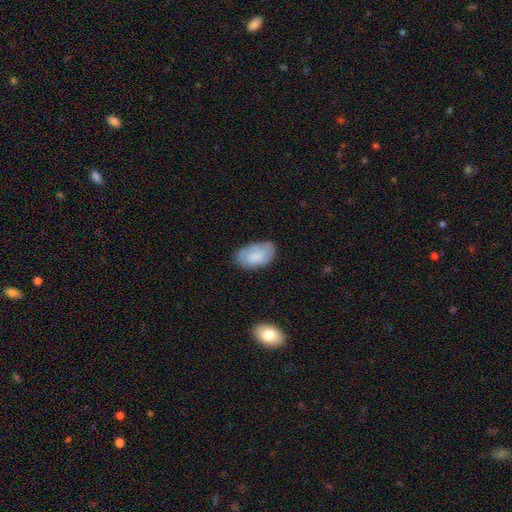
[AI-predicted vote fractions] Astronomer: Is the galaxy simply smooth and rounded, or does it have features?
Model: smooth — 76%.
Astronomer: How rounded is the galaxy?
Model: in between — 95%.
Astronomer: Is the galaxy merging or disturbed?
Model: none — 68%.